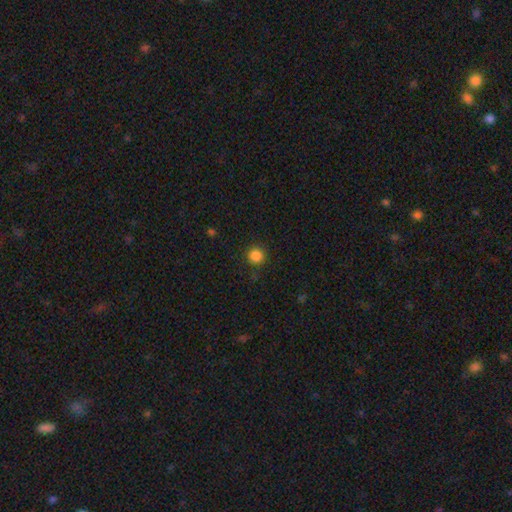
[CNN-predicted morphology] Smooth or featured?
  - smooth: 85% *
  - star or artifact: 12%
  - featured or disk: 3%
How rounded?
  - round: 95% *
  - in between: 4%
  - cigar-shaped: 1%
Merging?
  - none: 91% *
  - minor disturbance: 6%
  - major disturbance: 2%
  - merger: 1%